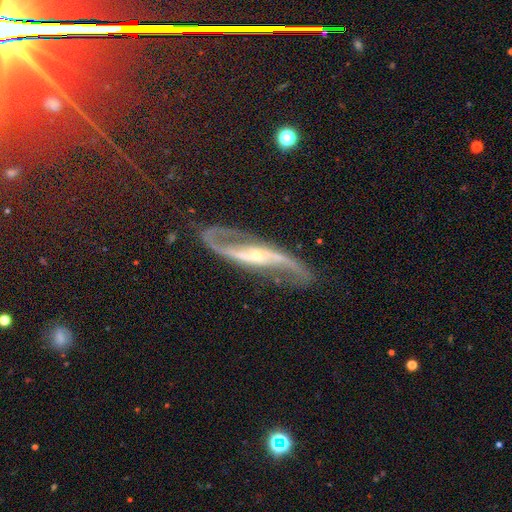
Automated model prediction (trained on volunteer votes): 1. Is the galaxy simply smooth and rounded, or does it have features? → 91% featured or disk, 6% star or artifact, 4% smooth.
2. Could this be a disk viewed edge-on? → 90% no, 10% yes.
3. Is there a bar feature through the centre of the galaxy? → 38% no, 35% strong, 27% weak.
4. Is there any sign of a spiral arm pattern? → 97% yes, 3% no.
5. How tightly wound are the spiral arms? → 61% loose, 29% medium, 10% tight.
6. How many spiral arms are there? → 93% 2, 2% can't tell, 2% 1, 1% 3, 1% 4, 1% more than 4.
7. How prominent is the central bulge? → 72% small, 24% moderate, 2% large, 1% none, 1% dominant.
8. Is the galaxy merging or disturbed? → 74% none, 14% minor disturbance, 9% major disturbance, 3% merger.